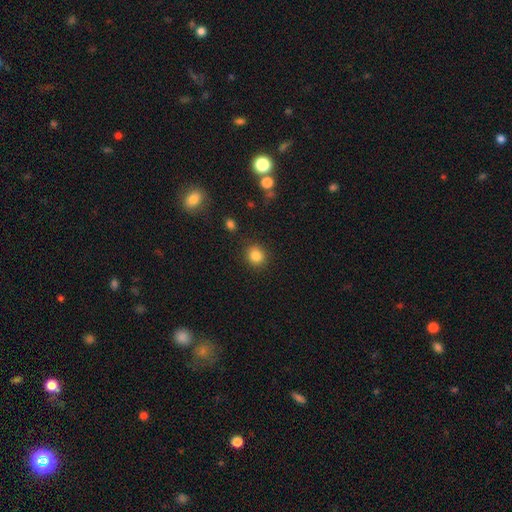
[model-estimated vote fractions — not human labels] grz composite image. It shows a smooth galaxy with no disk features (85%) that is round (84%). Merging: none (88%).